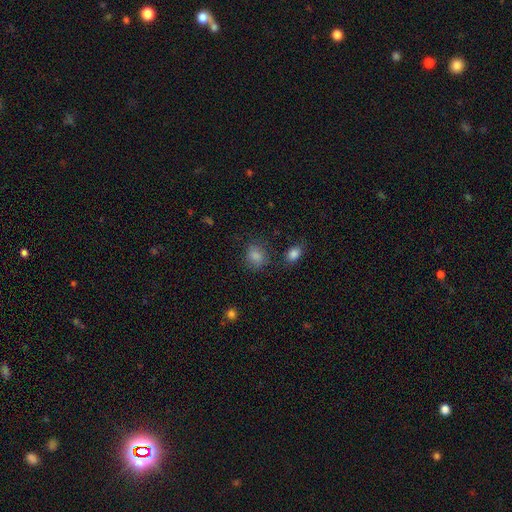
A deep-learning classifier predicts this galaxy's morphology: A smooth galaxy with no disk features (84%) that is round (59%).

Vote fractions:
- Smooth or featured? smooth: 84% / star or artifact: 11% / featured or disk: 5%
- How rounded? round: 59% / in between: 40% / cigar-shaped: 1%
- Merging? none: 76% / minor disturbance: 15% / major disturbance: 5% / merger: 4%